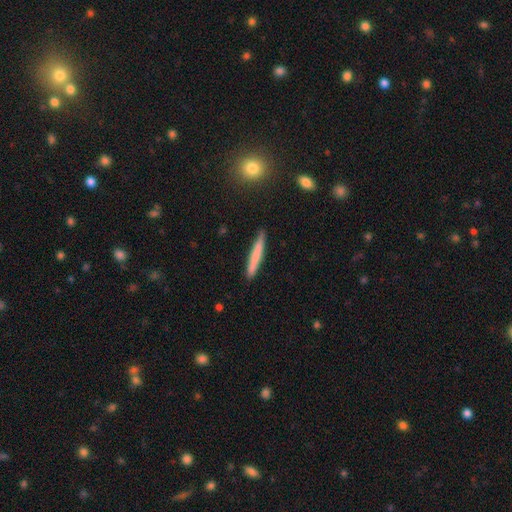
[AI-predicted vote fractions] Q: Smooth or featured?
A: smooth (69%); runner-up: featured or disk (25%)
Q: How rounded?
A: cigar-shaped (96%); runner-up: in between (3%)
Q: Merging?
A: none (87%); runner-up: minor disturbance (10%)